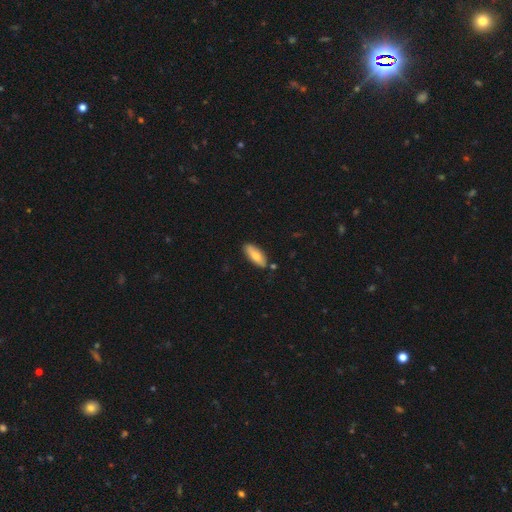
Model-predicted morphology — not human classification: type=smooth (76%); roundness=in between (72%); merging=none (81%).